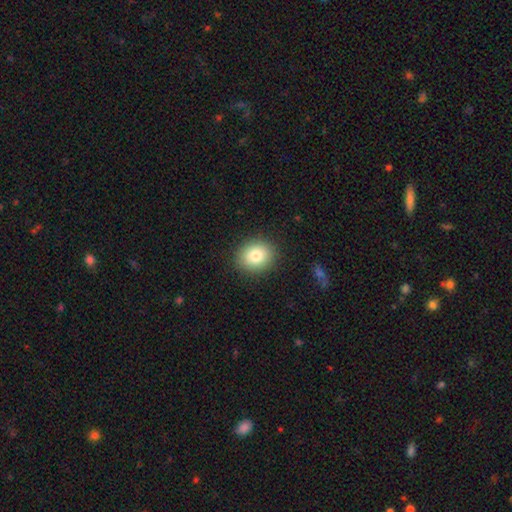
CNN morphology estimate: A smooth galaxy with no disk features (82%) that is round (68%). Merging: none (90%).